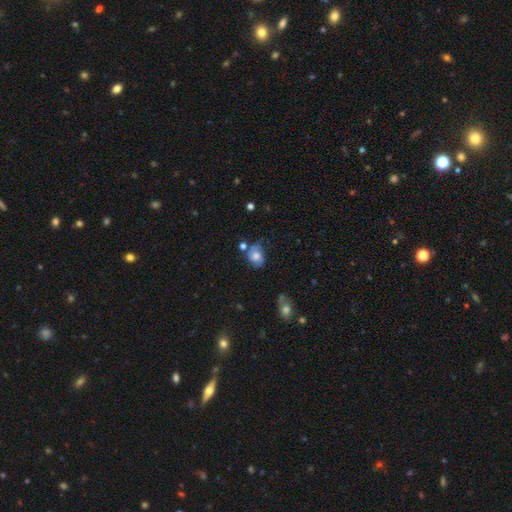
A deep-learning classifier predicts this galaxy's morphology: Smooth or featured? smooth (53%)
How rounded? in between (60%)
Merging? none (50%)